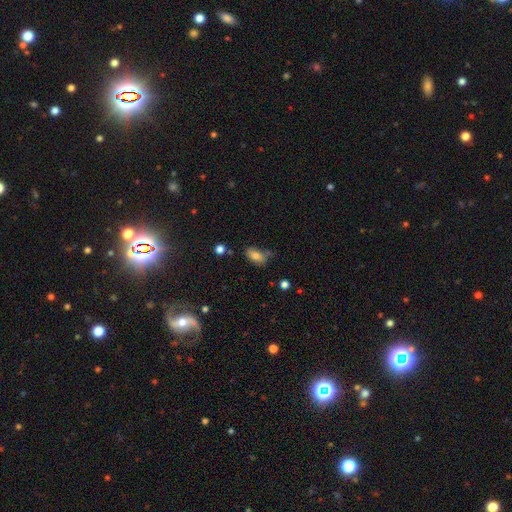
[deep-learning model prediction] smooth_or_featured: smooth (p=0.78) [alt: featured or disk p=0.12]
how_rounded: in between (p=0.89) [alt: round p=0.07]
merging: none (p=0.58) [alt: minor disturbance p=0.26]